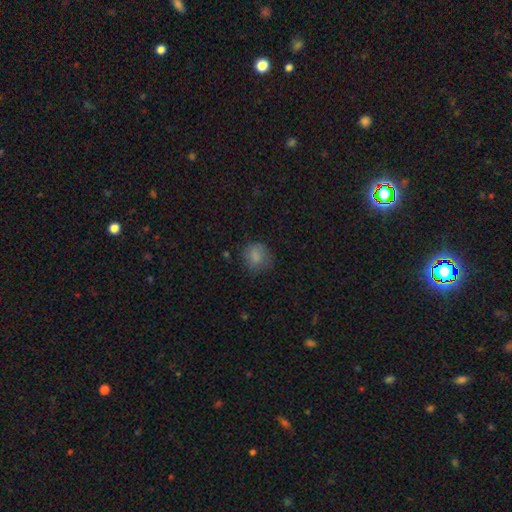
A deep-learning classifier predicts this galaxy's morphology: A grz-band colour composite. It shows a smooth galaxy with no disk features (81%) that is round (73%). Merging: none (65%).